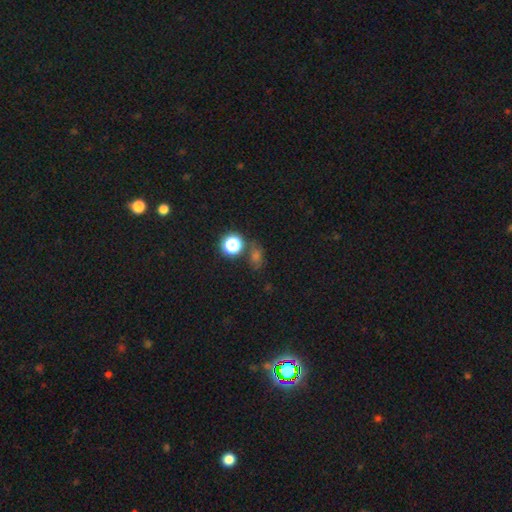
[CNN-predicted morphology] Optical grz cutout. It shows a smooth galaxy with no disk features (50%). Merging: none (69%).